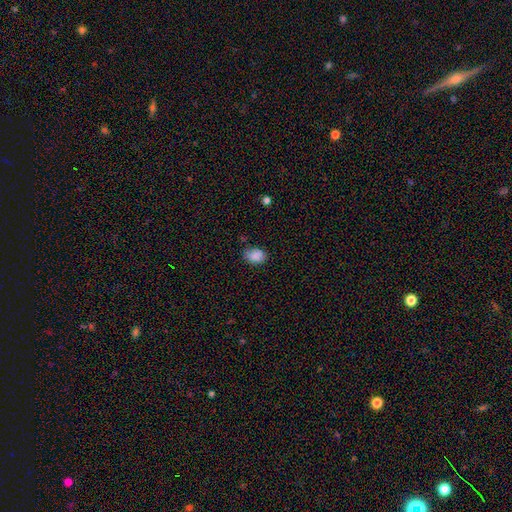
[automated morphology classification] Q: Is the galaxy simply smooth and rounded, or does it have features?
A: smooth — 87%.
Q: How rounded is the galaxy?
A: in between — 75%.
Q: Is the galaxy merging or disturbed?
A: none — 72%.